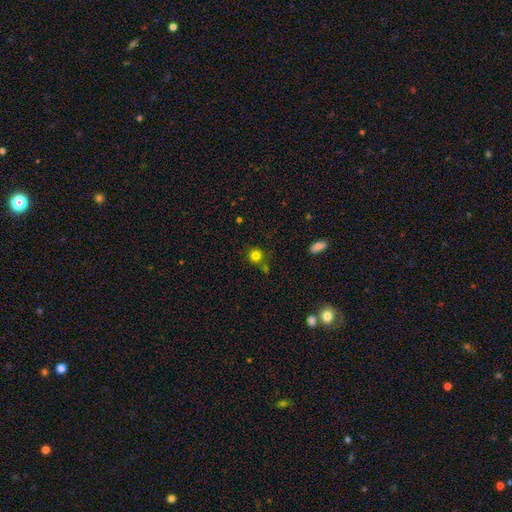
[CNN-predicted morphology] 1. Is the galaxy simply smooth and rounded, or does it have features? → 81% smooth, 13% star or artifact, 6% featured or disk.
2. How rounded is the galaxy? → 91% round, 8% in between, 1% cigar-shaped.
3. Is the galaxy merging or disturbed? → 74% none, 12% merger, 11% minor disturbance, 3% major disturbance.